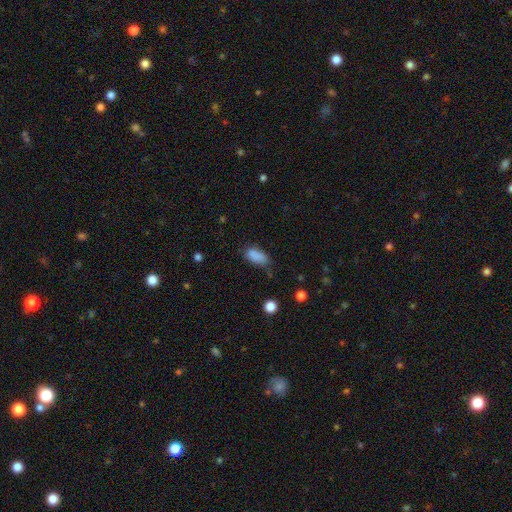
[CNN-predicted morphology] smooth-or-featured: smooth: 83% | star or artifact: 10% | featured or disk: 7%
  how-rounded: in between: 88% | cigar-shaped: 8% | round: 4%
  merging: none: 51% | minor disturbance: 32% | major disturbance: 11% | merger: 5%